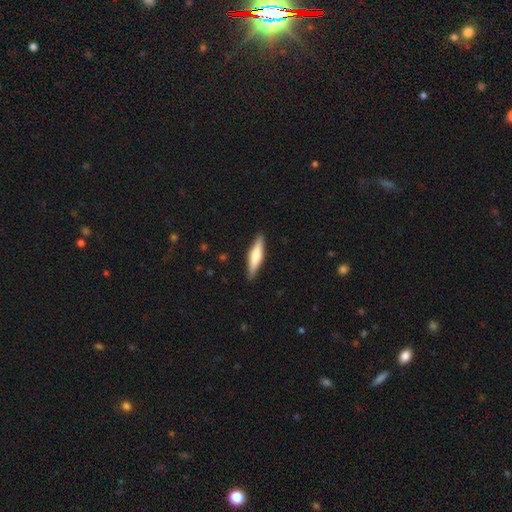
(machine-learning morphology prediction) smooth-or-featured: smooth: 54% | featured or disk: 41% | star or artifact: 5%
  how-rounded: cigar-shaped: 75% | in between: 23% | round: 2%
  merging: none: 89% | minor disturbance: 8% | major disturbance: 2% | merger: 1%